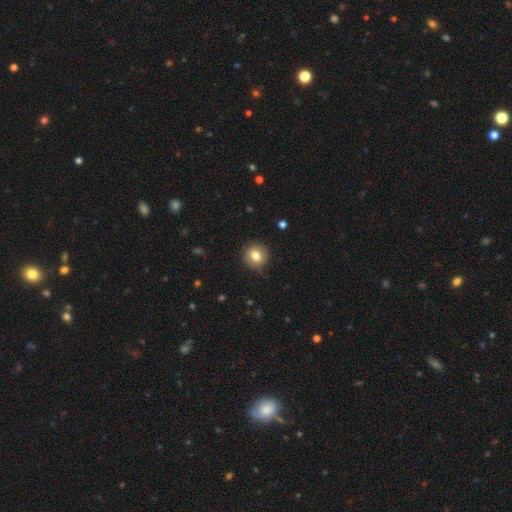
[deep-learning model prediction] Smooth or featured: smooth — 79% (featured or disk — 12%)
How rounded: round — 85% (in between — 14%)
Merging: none — 86% (minor disturbance — 10%)